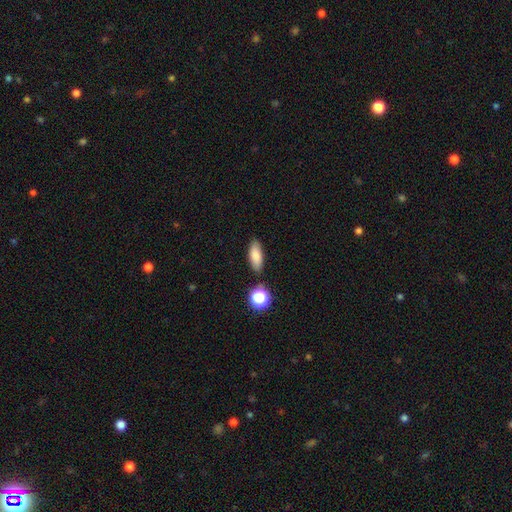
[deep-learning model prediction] Smooth or featured?
  - smooth: 82% *
  - star or artifact: 9%
  - featured or disk: 9%
How rounded?
  - in between: 76% *
  - cigar-shaped: 20%
  - round: 5%
Merging?
  - none: 82% *
  - minor disturbance: 11%
  - merger: 5%
  - major disturbance: 3%